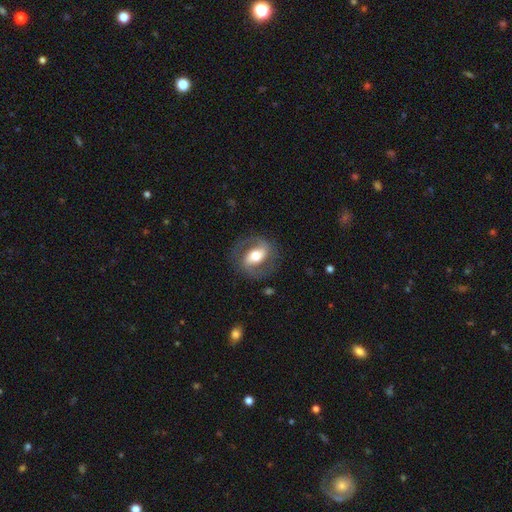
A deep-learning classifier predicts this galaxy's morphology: Smooth or featured?
  - featured or disk: 71% *
  - smooth: 23%
  - star or artifact: 6%
Edge-on disk?
  - no: 95% *
  - yes: 5%
Bar?
  - strong: 43% *
  - weak: 33%
  - no: 23%
Spiral arms?
  - yes: 80% *
  - no: 20%
Spiral winding?
  - medium: 52% *
  - tight: 25%
  - loose: 23%
Spiral arm count?
  - 2: 88% *
  - can't tell: 6%
  - 1: 4%
  - 3: 1%
  - 4: 1%
  - more than 4: 1%
Bulge size?
  - moderate: 62% *
  - large: 25%
  - small: 10%
  - dominant: 2%
  - none: 1%
Merging?
  - none: 77% *
  - minor disturbance: 13%
  - major disturbance: 8%
  - merger: 1%